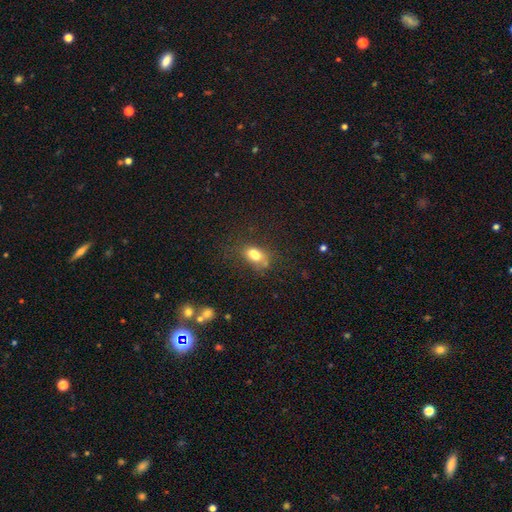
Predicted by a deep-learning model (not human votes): A smooth galaxy with no disk features (73%) that is in between round and cigar-shaped (74%).

Vote fractions:
- Smooth or featured? smooth: 73% / featured or disk: 14% / star or artifact: 13%
- How rounded? in between: 74% / round: 23% / cigar-shaped: 3%
- Merging? none: 40% / merger: 29% / minor disturbance: 19% / major disturbance: 11%